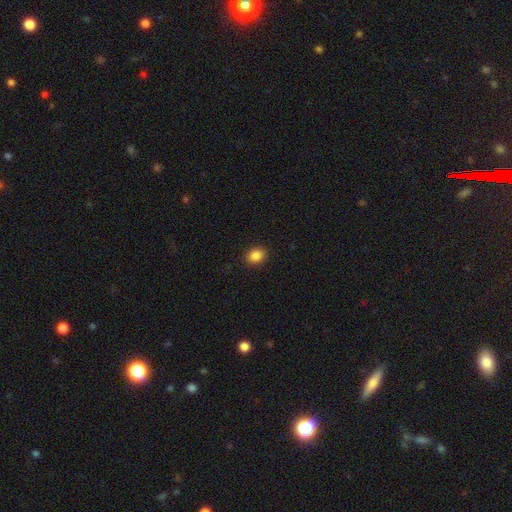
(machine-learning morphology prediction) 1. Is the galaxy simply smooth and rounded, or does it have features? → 87% smooth, 9% star or artifact, 3% featured or disk.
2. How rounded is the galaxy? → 59% in between, 40% round, 1% cigar-shaped.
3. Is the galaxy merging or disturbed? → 90% none, 7% minor disturbance, 2% major disturbance, 1% merger.